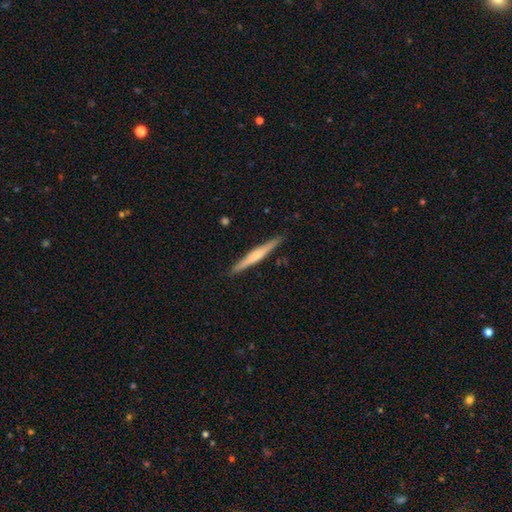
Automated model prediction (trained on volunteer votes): The model was most divided on "smooth or featured": featured or disk: 53%, smooth: 41%, star or artifact: 6%. More confident: edge-on disk — yes (98%); merging — none (90%); edge-on bulge — rounded (54%).